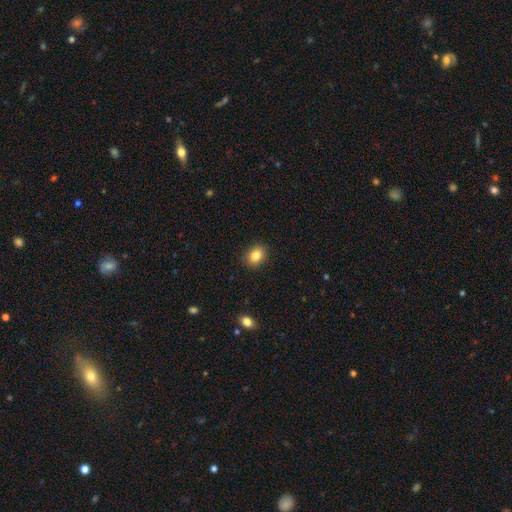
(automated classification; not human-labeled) Smooth or featured: smooth — 84% (star or artifact — 10%)
How rounded: in between — 56% (round — 43%)
Merging: none — 89% (minor disturbance — 8%)